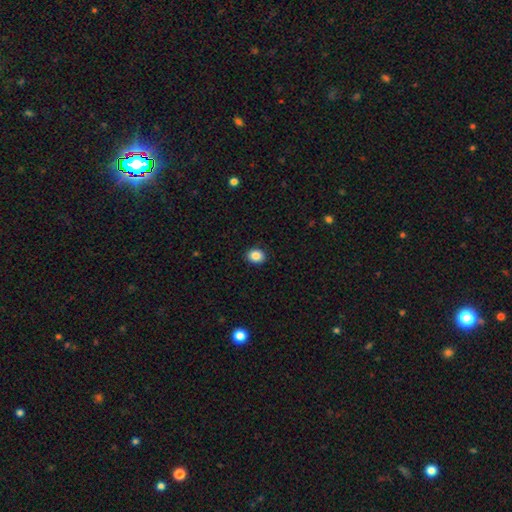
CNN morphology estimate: smooth 87%, star or artifact 9%, featured or disk 4%. Down the decision tree: how rounded — round (61%); merging — none (91%).